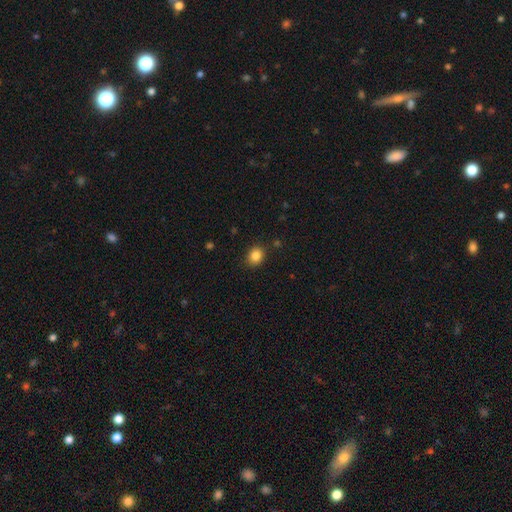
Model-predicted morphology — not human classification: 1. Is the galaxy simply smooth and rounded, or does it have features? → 85% smooth, 11% star or artifact, 5% featured or disk.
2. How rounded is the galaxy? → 64% round, 35% in between, 1% cigar-shaped.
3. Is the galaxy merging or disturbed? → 88% none, 8% minor disturbance, 2% major disturbance, 2% merger.